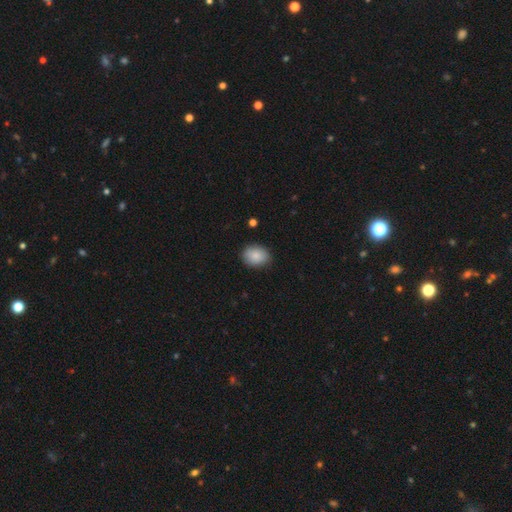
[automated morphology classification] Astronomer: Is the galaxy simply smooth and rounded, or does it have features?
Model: smooth — 87%.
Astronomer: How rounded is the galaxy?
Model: in between — 59% (runner-up: round, 40%).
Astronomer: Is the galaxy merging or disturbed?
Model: none — 84%.